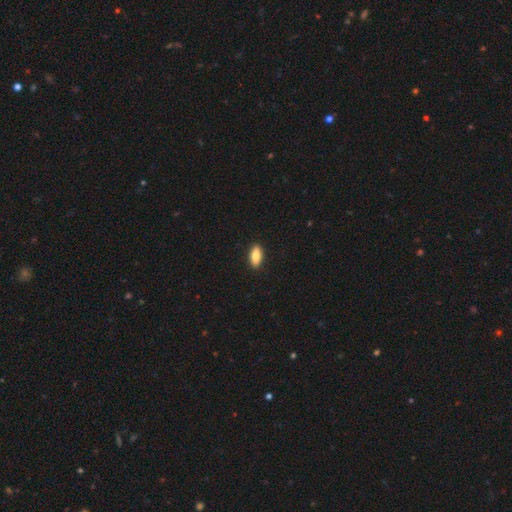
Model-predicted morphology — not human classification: smooth-or-featured: smooth: 82% | featured or disk: 12% | star or artifact: 6%
  how-rounded: in between: 78% | cigar-shaped: 19% | round: 3%
  merging: none: 91% | minor disturbance: 7% | major disturbance: 2% | merger: 1%